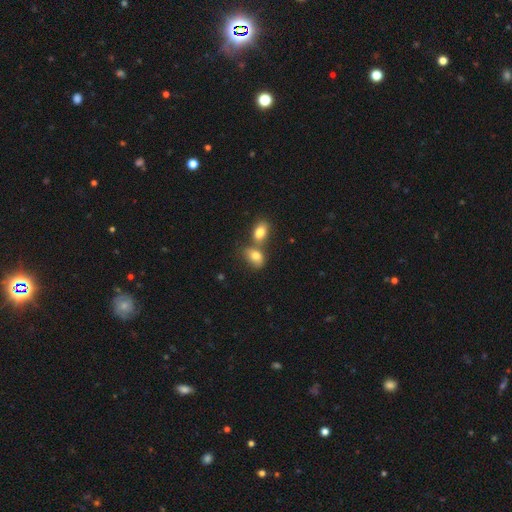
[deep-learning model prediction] Smooth or featured: smooth — 79% (featured or disk — 11%)
How rounded: in between — 83% (round — 15%)
Merging: merger — 51% (none — 34%)